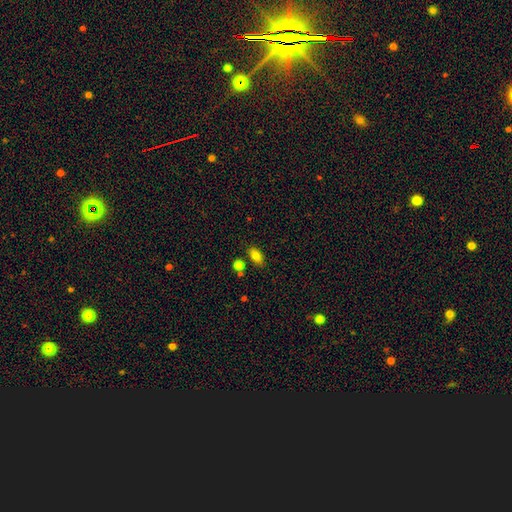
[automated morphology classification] type=smooth (82%); roundness=in between (88%); merging=none (79%).